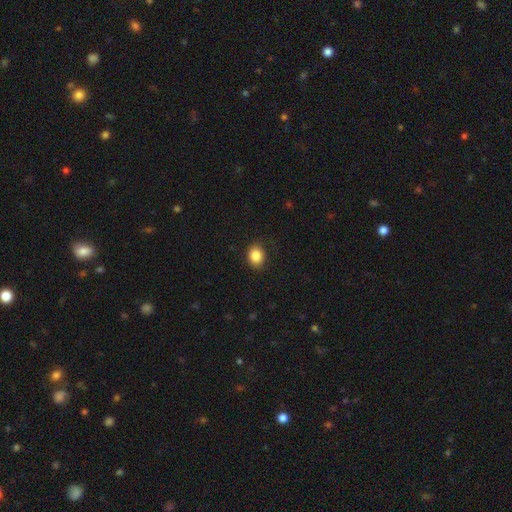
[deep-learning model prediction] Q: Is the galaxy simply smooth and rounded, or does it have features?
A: smooth — 86%.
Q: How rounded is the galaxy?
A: round — 56%.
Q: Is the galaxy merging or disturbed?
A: none — 88%.